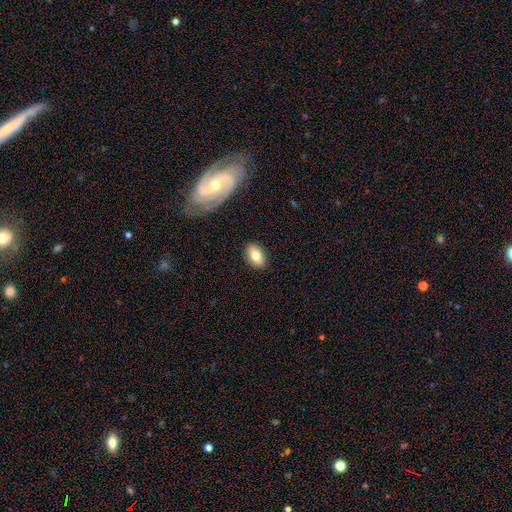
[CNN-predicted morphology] Overall: smooth (76%). How rounded: in between (86%). Merging: none (87%).